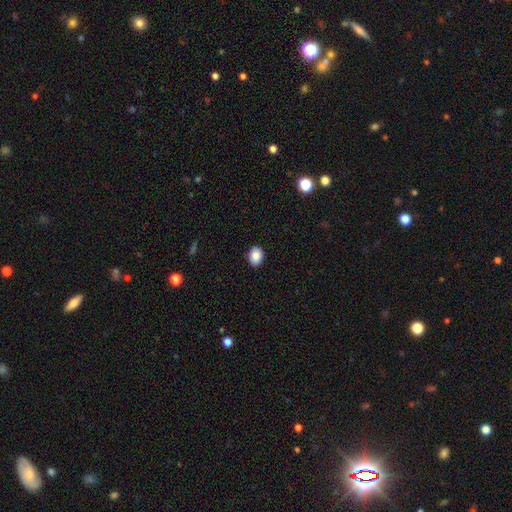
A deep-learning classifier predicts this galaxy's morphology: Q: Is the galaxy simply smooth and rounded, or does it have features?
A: smooth — 87%.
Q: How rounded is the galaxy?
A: in between — 62%.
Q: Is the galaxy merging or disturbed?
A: none — 90%.